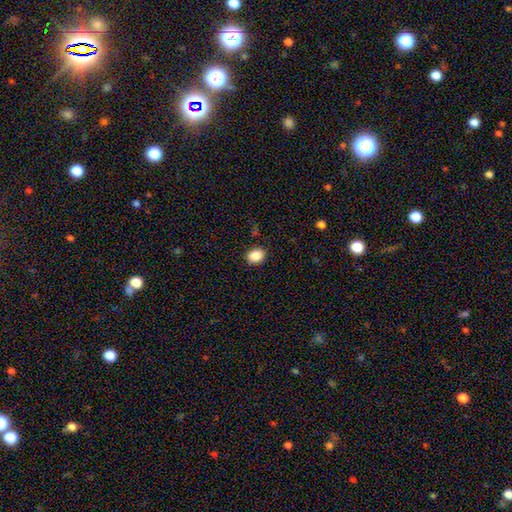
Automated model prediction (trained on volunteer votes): The model was most divided on "how rounded": round: 53%, in between: 46%, cigar-shaped: 1%. More confident: merging — none (89%); smooth or featured — smooth (88%).